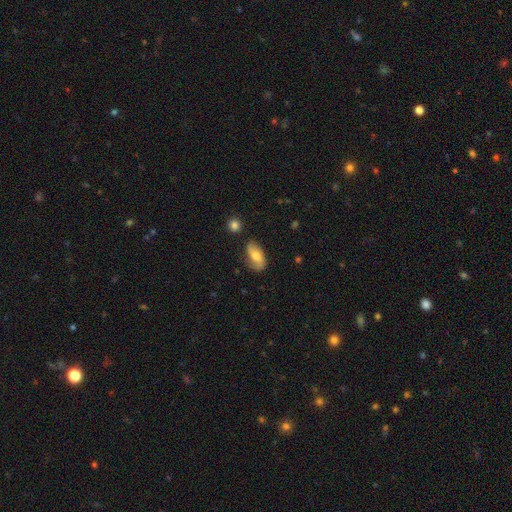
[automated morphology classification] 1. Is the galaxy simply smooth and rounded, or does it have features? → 55% smooth, 38% featured or disk, 7% star or artifact.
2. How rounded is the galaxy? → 89% in between, 6% cigar-shaped, 5% round.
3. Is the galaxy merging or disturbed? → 65% none, 25% minor disturbance, 7% major disturbance, 3% merger.